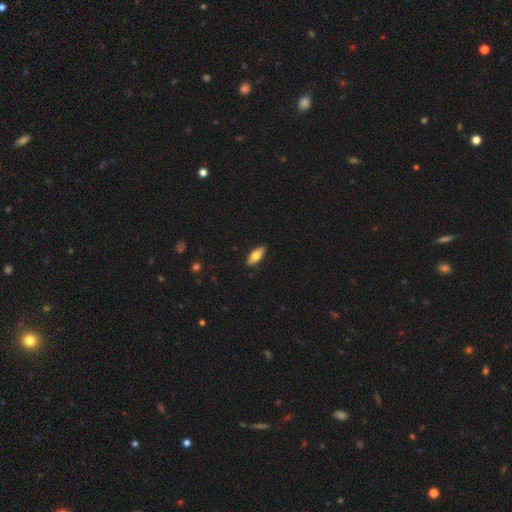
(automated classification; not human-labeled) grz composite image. It shows a smooth galaxy with no disk features (65%) that is in between round and cigar-shaped (71%). Merging: none (89%).